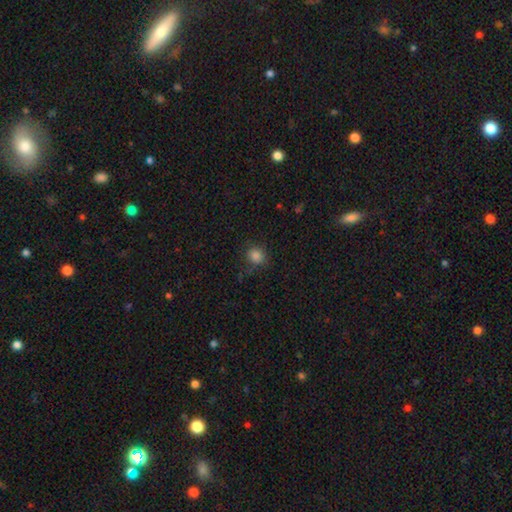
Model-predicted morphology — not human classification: This appears to be a smooth galaxy with no disk features (83%) that is round (78%). Merging: none (80%).